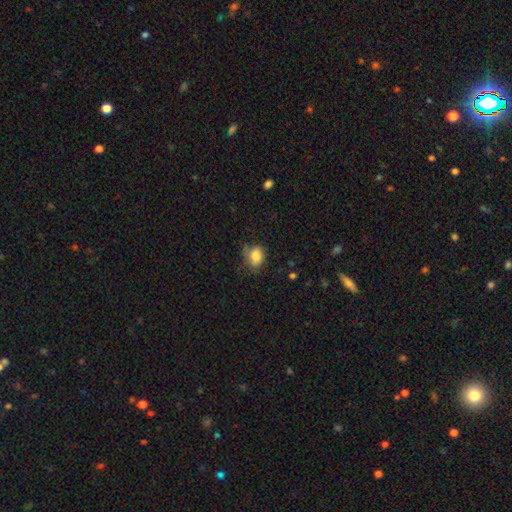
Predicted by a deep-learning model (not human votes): A smooth galaxy with no disk features (82%) that is in between round and cigar-shaped (60%). Merging: none (56%).